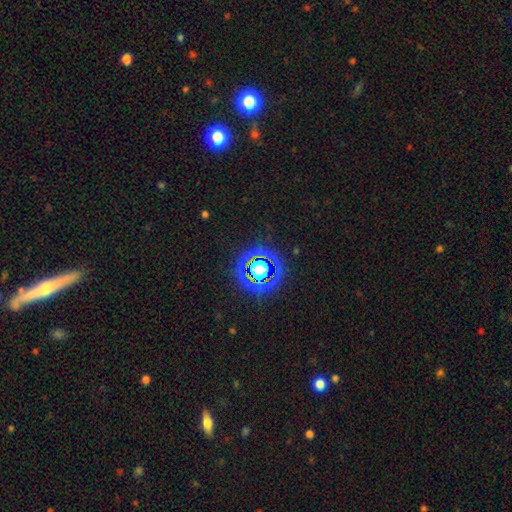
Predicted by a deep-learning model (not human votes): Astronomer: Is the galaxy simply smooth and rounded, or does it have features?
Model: star or artifact — 74%.